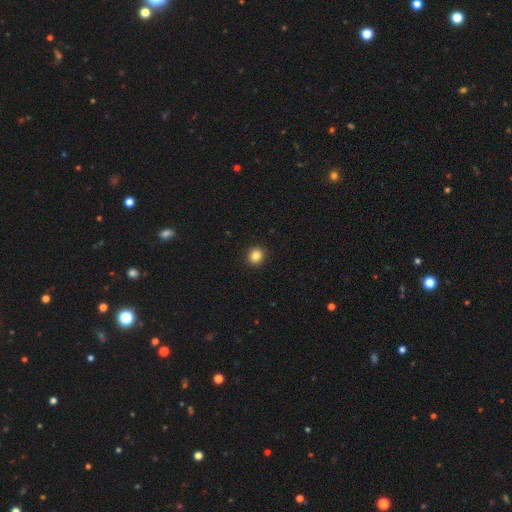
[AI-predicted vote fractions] smooth 86%, star or artifact 11%, featured or disk 4%. Down the decision tree: how rounded — round (87%); merging — none (93%).